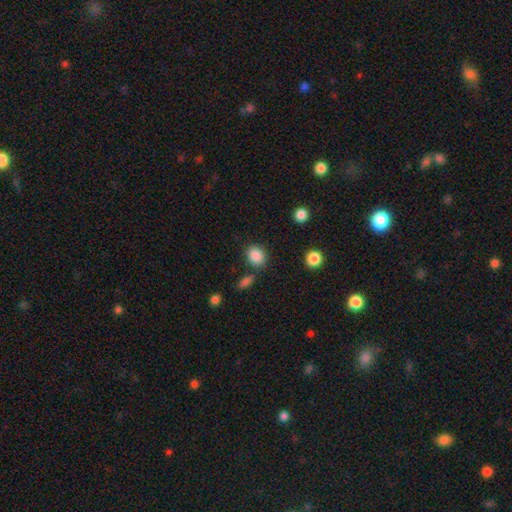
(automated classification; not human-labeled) A smooth galaxy with no disk features (86%) that is round (54%). Merging: none (75%).